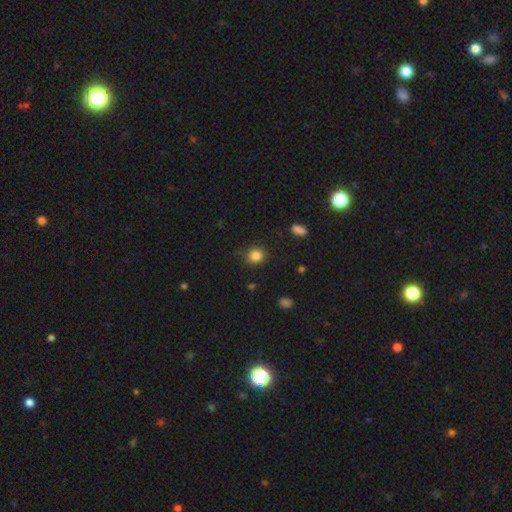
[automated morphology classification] Smooth or featured? smooth (84%)
How rounded? round (80%)
Merging? none (80%)